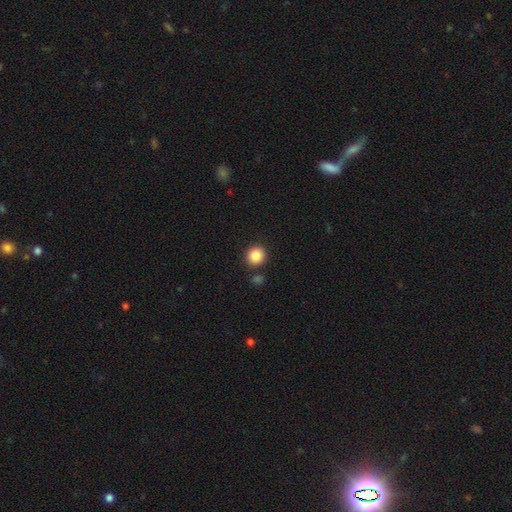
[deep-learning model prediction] A smooth galaxy with no disk features (87%) that is round (91%).

Vote fractions:
- Smooth or featured? smooth: 87% / star or artifact: 9% / featured or disk: 4%
- How rounded? round: 91% / in between: 8% / cigar-shaped: 1%
- Merging? none: 85% / minor disturbance: 7% / merger: 6% / major disturbance: 2%